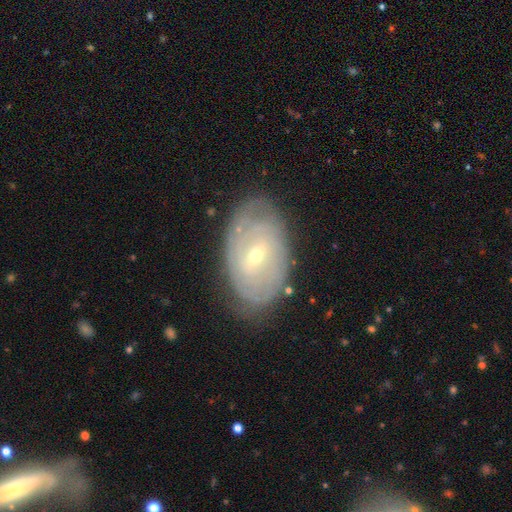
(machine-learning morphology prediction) smooth-or-featured: featured or disk: 72% | smooth: 21% | star or artifact: 7%
  disk-edge-on: no: 94% | yes: 6%
    bar: weak: 50% | no: 35% | strong: 15%
    has-spiral-arms: yes: 77% | no: 23%
      spiral-winding: tight: 73% | medium: 20% | loose: 7%
      spiral-arm-count: can't tell: 57% | 2: 24% | 3: 7% | 4: 5% | 1: 4% | more than 4: 4%
    bulge-size: small: 59% | moderate: 38% | large: 1% | none: 1% | dominant: 1%
  merging: none: 77% | minor disturbance: 17% | major disturbance: 4% | merger: 1%